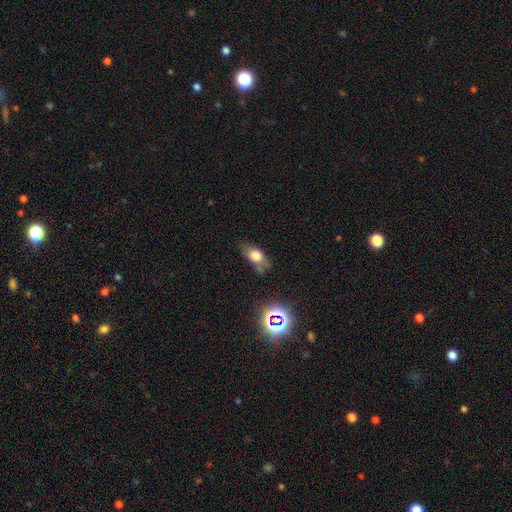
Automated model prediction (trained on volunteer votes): smooth-or-featured: smooth: 66% | featured or disk: 19% | star or artifact: 14%
  how-rounded: in between: 80% | round: 13% | cigar-shaped: 7%
  merging: none: 48% | minor disturbance: 30% | major disturbance: 13% | merger: 9%